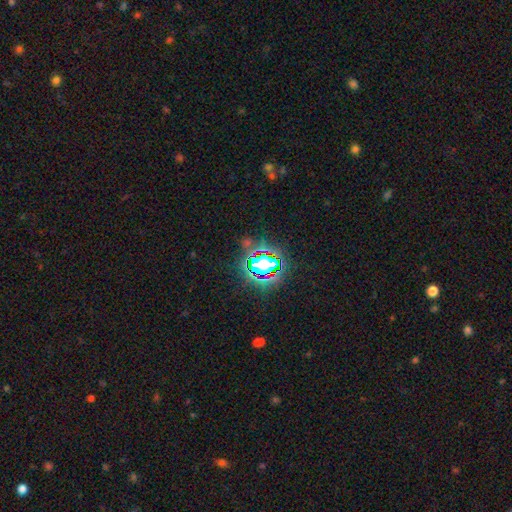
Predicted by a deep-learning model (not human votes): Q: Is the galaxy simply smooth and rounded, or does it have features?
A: star or artifact — 77%.